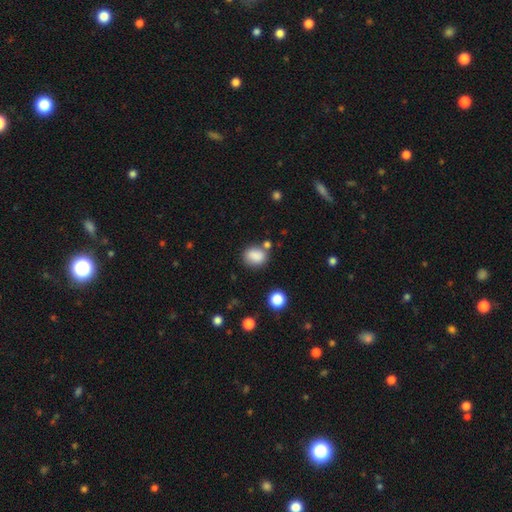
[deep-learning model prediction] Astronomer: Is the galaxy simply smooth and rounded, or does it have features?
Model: smooth — 85%.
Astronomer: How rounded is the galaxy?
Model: round — 50% (runner-up: in between, 49%).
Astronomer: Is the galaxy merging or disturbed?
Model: none — 69%.